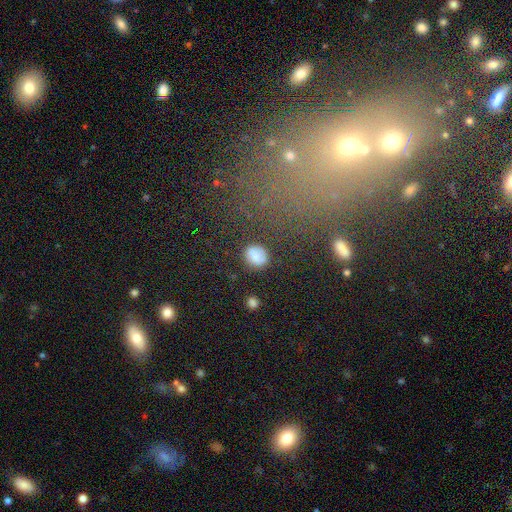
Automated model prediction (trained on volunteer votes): This is likely a smooth galaxy (74%). How rounded: likely round (62%). Merging: likely none (77%).